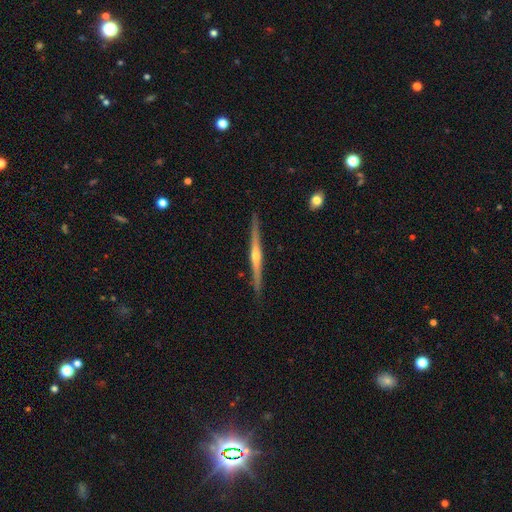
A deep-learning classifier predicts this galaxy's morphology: Smooth or featured? Predicted: featured or disk (p=0.81). Edge-on disk? Predicted: yes (p=0.98). Edge-on bulge? Predicted: rounded (p=0.82). Merging? Predicted: none (p=0.90).